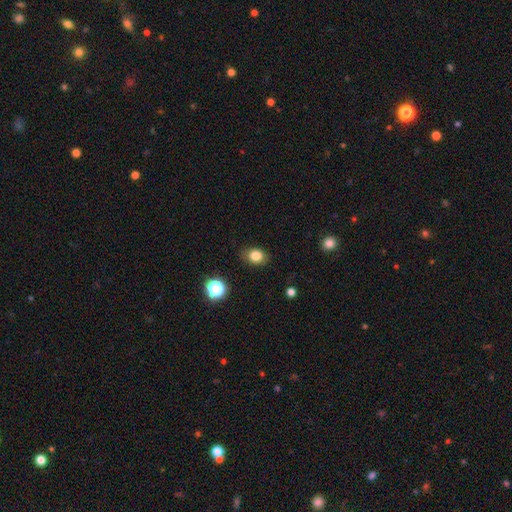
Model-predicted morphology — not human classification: type=smooth (83%); roundness=in between (55%); merging=none (83%).